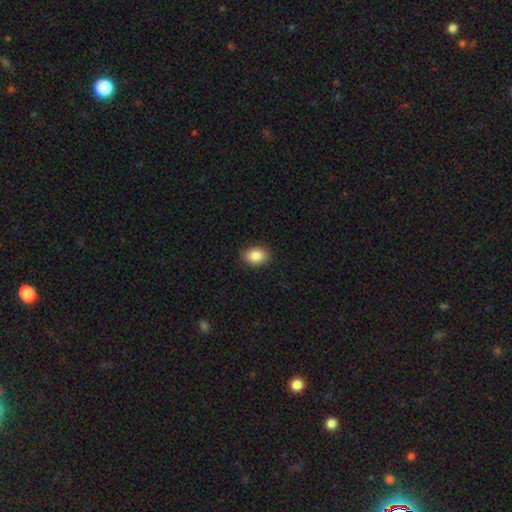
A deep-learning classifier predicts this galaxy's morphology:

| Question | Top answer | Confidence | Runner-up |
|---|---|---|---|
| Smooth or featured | smooth | 86% | star or artifact (8%) |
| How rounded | in between | 78% | round (20%) |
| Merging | none | 89% | minor disturbance (8%) |